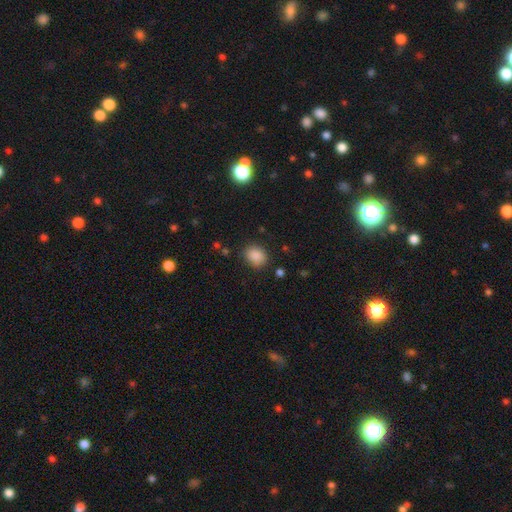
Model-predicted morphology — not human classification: A smooth galaxy with no disk features (86%) that is round (56%).

Vote fractions:
- Smooth or featured? smooth: 86% / star or artifact: 9% / featured or disk: 4%
- How rounded? round: 56% / in between: 43% / cigar-shaped: 1%
- Merging? none: 82% / minor disturbance: 13% / major disturbance: 4% / merger: 2%